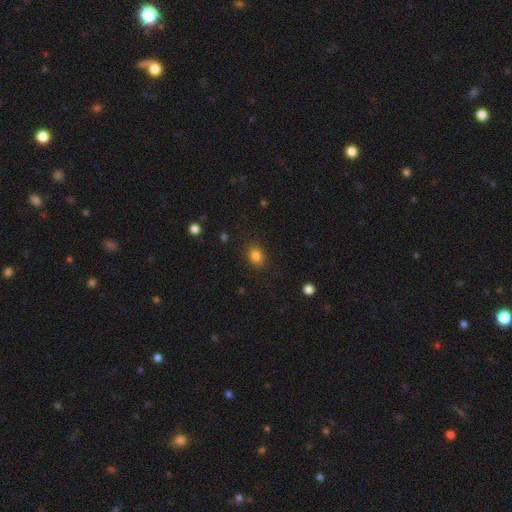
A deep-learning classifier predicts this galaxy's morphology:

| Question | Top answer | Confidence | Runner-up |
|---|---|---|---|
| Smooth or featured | smooth | 84% | star or artifact (12%) |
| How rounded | round | 50% | in between (49%) |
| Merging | none | 86% | minor disturbance (9%) |